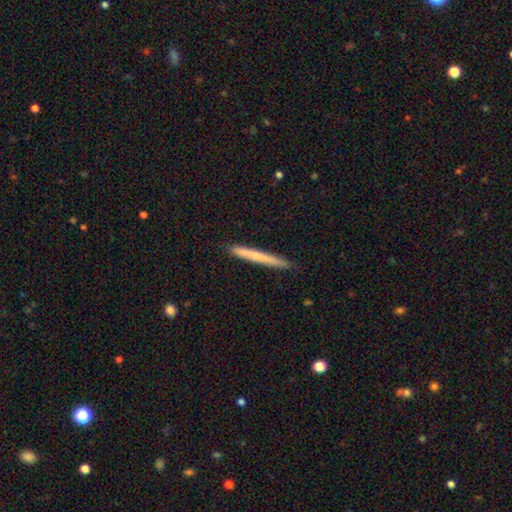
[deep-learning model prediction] Morphology: type=smooth (65%); roundness=cigar-shaped (97%); merging=none (90%).